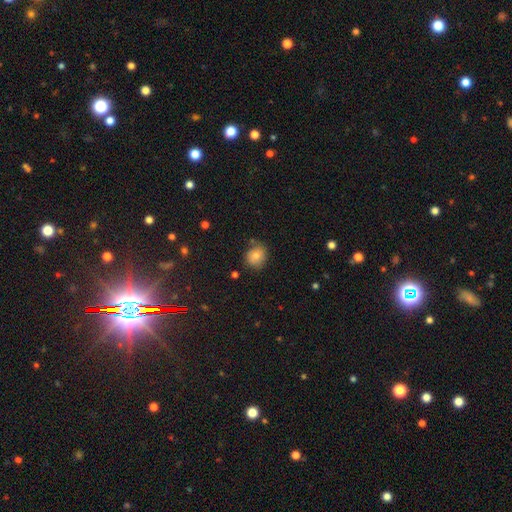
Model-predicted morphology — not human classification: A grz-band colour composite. It shows a smooth galaxy with no disk features (77%) that is round (73%). Merging: none (75%).